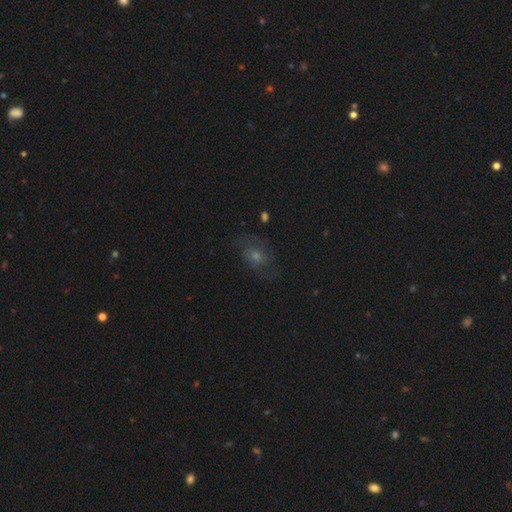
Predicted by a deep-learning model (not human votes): Morphology: type=featured or disk (40%); merging=none (72%).